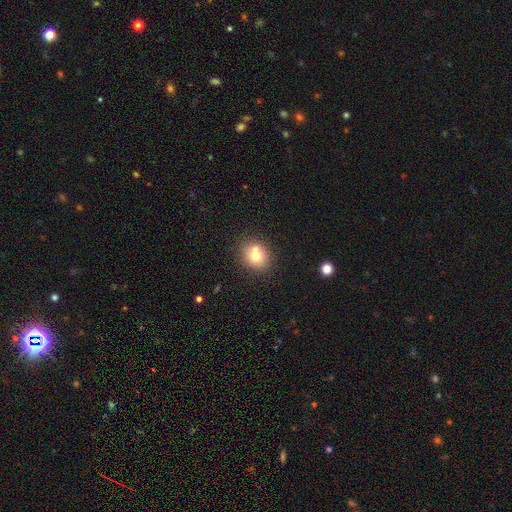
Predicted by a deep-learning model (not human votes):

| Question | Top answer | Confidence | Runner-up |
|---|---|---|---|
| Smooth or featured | smooth | 71% | featured or disk (17%) |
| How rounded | round | 75% | in between (24%) |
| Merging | none | 62% | merger (22%) |